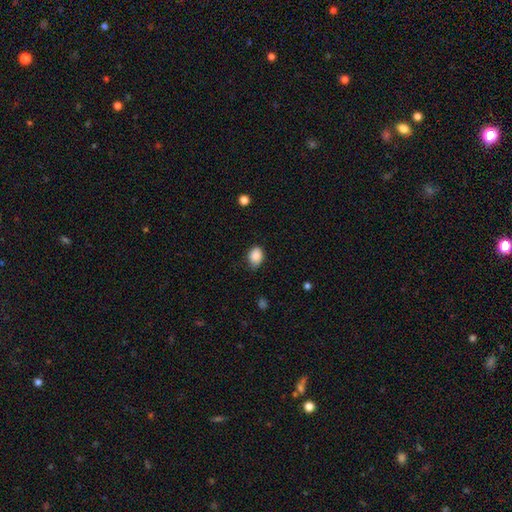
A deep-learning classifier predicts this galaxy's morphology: Smooth or featured? smooth (88%)
How rounded? in between (69%)
Merging? none (69%)